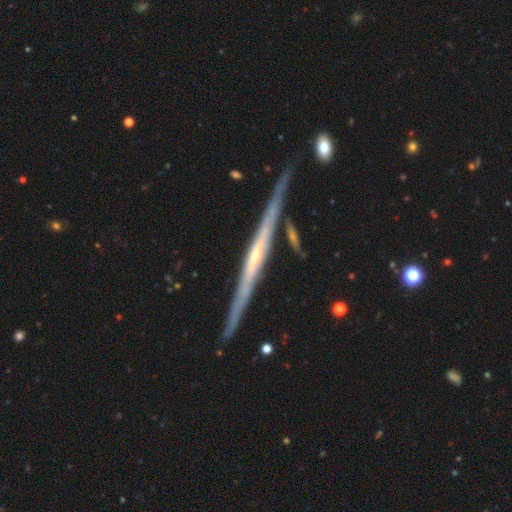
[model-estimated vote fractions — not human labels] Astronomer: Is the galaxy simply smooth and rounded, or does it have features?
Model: featured or disk — 84%.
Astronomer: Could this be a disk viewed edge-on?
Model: yes — 97%.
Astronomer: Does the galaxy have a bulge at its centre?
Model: none — 50% (runner-up: rounded, 42%).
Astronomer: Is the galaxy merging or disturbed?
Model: none — 83%.